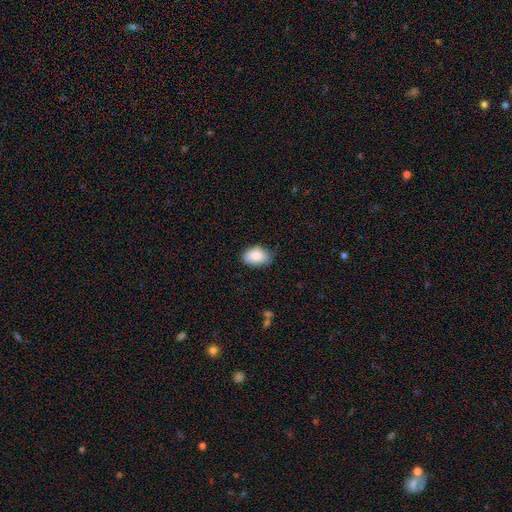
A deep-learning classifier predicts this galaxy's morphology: Smooth or featured: smooth — 88% (star or artifact — 7%)
How rounded: in between — 90% (round — 9%)
Merging: none — 75% (minor disturbance — 21%)